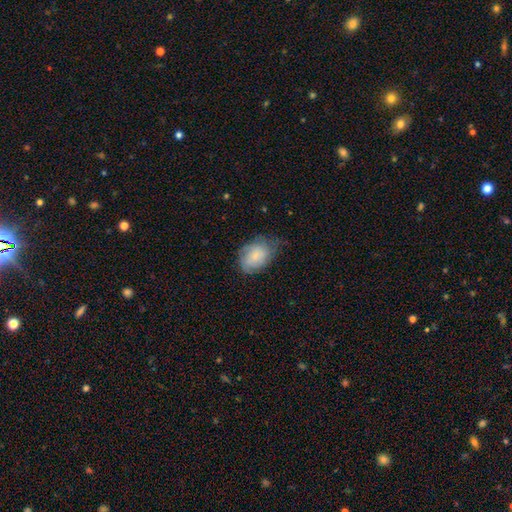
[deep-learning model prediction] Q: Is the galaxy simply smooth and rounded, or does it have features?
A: smooth — 70%.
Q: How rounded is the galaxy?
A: in between — 81%.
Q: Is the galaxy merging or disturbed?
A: none — 47%.